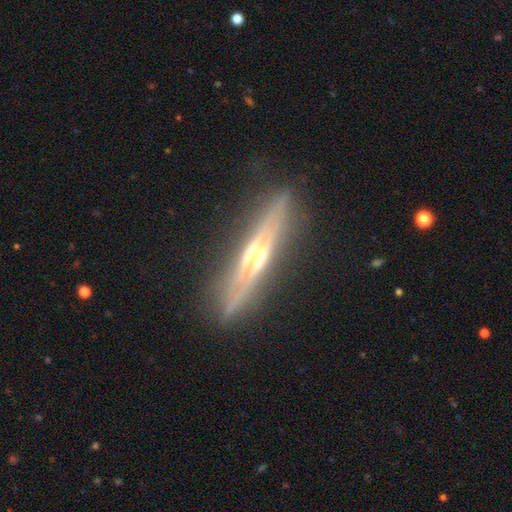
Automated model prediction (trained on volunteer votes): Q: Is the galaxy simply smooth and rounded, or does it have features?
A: featured or disk — 81%.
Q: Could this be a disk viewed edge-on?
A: yes — 94%.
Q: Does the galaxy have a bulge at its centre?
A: rounded — 72%.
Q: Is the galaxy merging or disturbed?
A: none — 86%.